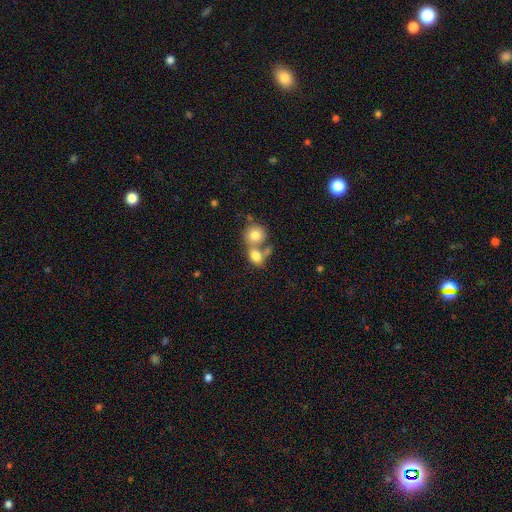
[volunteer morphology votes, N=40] Smooth or featured? 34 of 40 (85%) said smooth. How rounded? 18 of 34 (53%) said in between. Merging? 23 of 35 (66%) said merger.